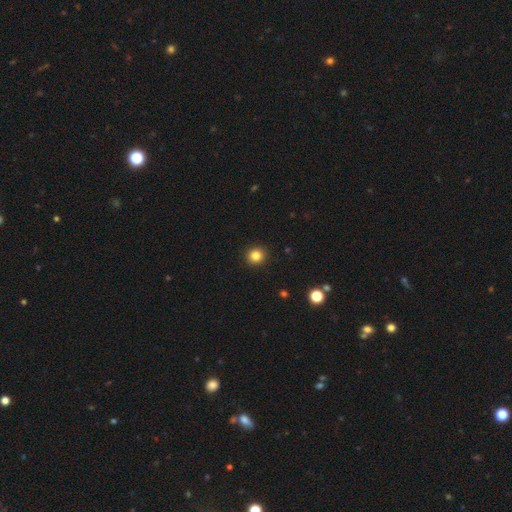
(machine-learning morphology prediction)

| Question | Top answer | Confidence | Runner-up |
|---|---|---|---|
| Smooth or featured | smooth | 84% | star or artifact (12%) |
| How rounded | round | 92% | in between (7%) |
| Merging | none | 93% | minor disturbance (5%) |